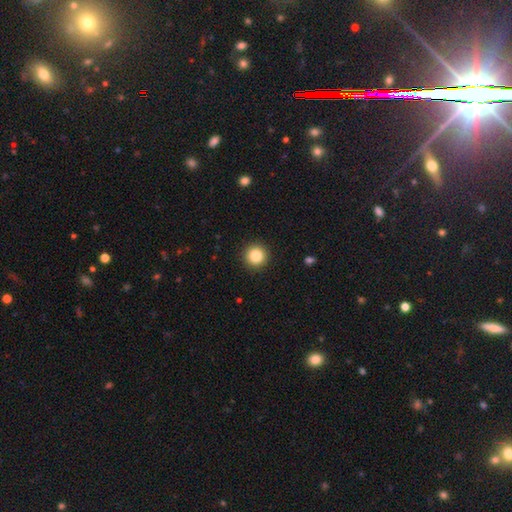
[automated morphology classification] A smooth galaxy with no disk features (85%) that is round (96%). Merging: none (93%).